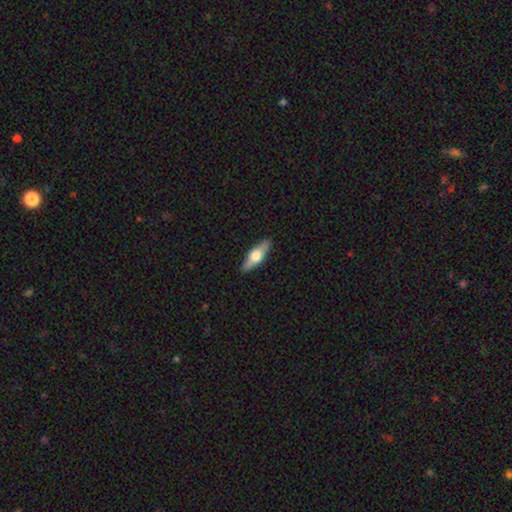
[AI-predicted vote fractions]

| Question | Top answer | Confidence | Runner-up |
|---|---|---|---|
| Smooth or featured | featured or disk | 54% | smooth (41%) |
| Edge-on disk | yes | 93% | no (7%) |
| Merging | none | 90% | minor disturbance (7%) |